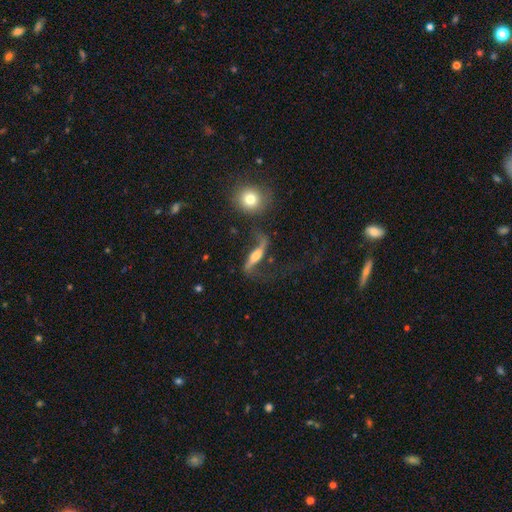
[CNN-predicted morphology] smooth-or-featured: featured or disk: 77% | smooth: 15% | star or artifact: 8%
  disk-edge-on: no: 60% | yes: 40%
  merging: none: 50% | major disturbance: 25% | minor disturbance: 17% | merger: 8%